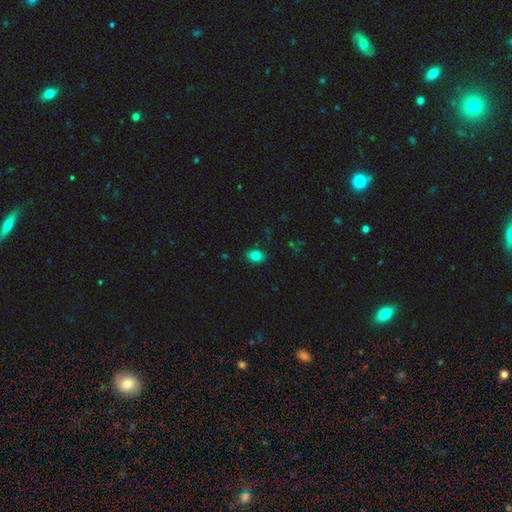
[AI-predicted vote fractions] smooth_or_featured: smooth (p=0.82) [alt: star or artifact p=0.11]
how_rounded: in between (p=0.74) [alt: round p=0.25]
merging: none (p=0.86) [alt: minor disturbance p=0.10]